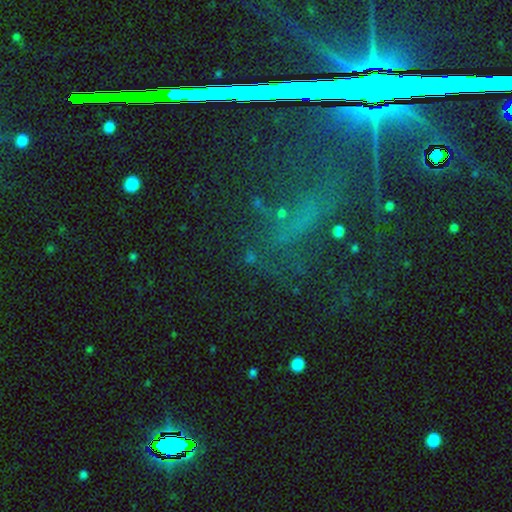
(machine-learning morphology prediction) This appears to be a star or artifact, not a galaxy (67%).